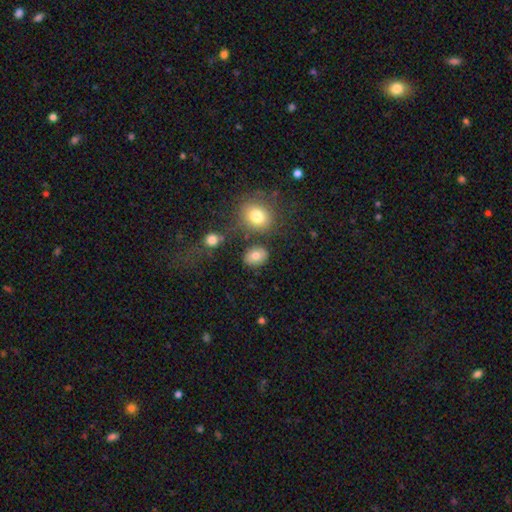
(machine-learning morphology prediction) Smooth or featured? smooth (79%)
How rounded? in between (56%)
Merging? none (78%)